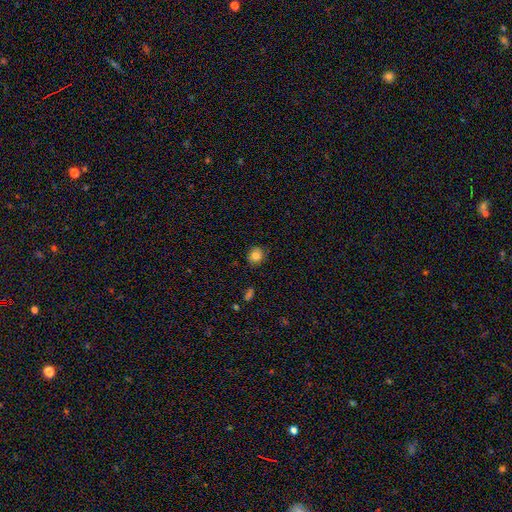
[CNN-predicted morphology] Smooth or featured? smooth (82%)
How rounded? round (77%)
Merging? none (83%)